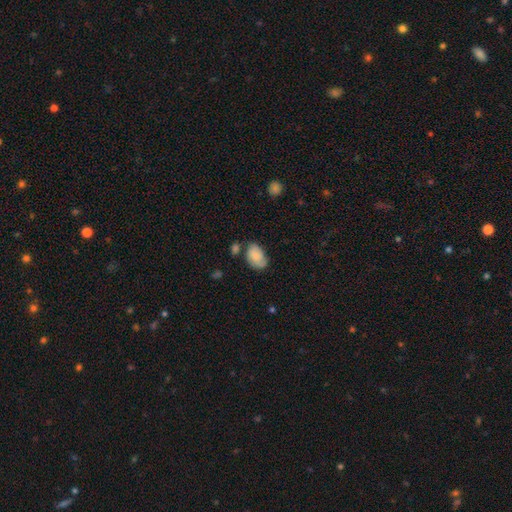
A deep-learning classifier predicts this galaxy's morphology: smooth 64%, featured or disk 28%, star or artifact 8%. Down the decision tree: how rounded — in between (87%); merging — none (51%).